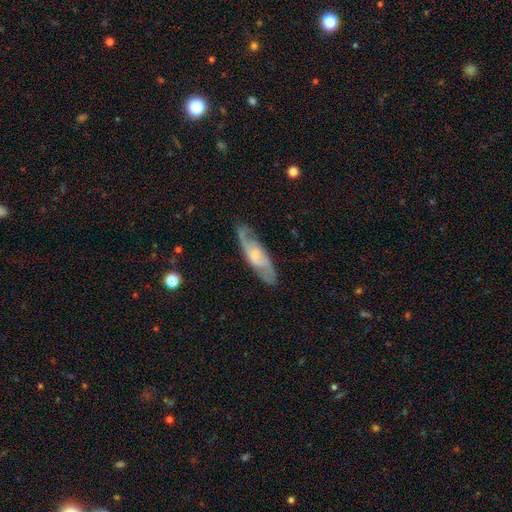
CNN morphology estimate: This is likely a featured or disk galaxy (71%). It is likely not viewed edge-on (75%). Bar: possibly no (49%). Spiral arm pattern: clearly yes (88%). Central bulge: marginally small (45%). Merging: likely none (78%).